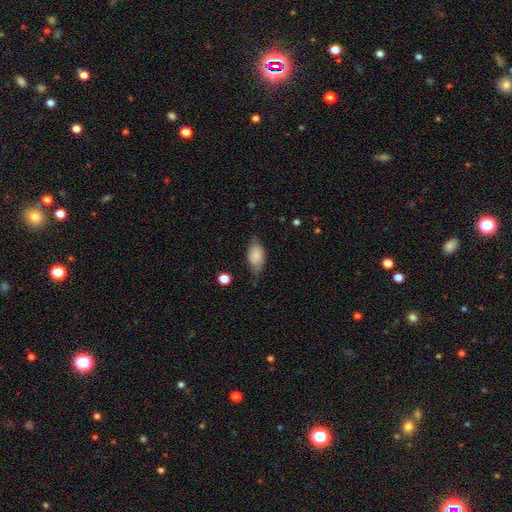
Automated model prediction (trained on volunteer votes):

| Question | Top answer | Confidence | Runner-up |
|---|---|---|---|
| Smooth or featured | smooth | 74% | featured or disk (18%) |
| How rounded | in between | 90% | round (6%) |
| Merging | none | 51% | minor disturbance (36%) |